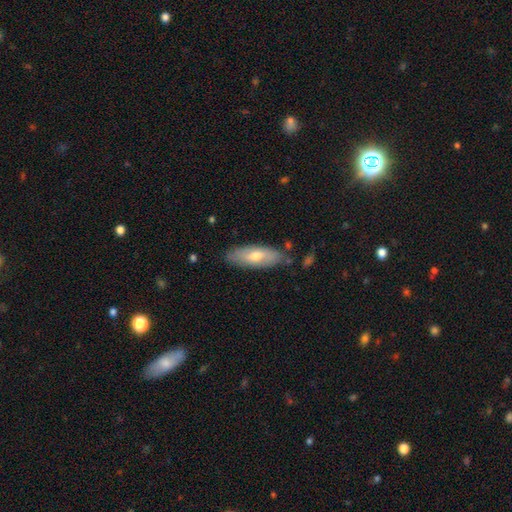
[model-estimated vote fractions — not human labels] This is possibly a smooth galaxy (58%). How rounded: likely in between (68%). Merging: clearly none (80%).